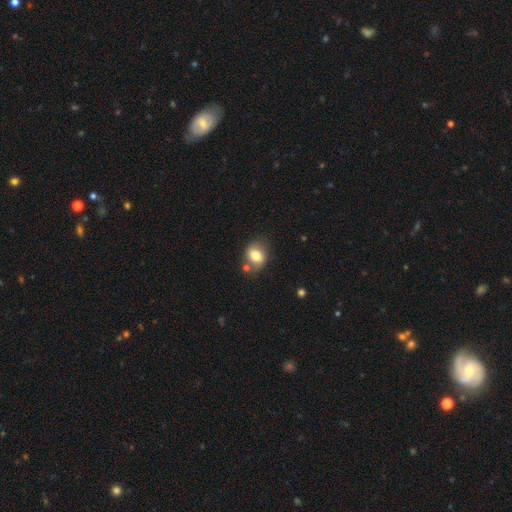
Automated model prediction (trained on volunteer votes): smooth-or-featured: smooth: 72% | featured or disk: 19% | star or artifact: 9%
  how-rounded: in between: 50% | round: 49% | cigar-shaped: 1%
  merging: none: 63% | minor disturbance: 19% | merger: 12% | major disturbance: 6%